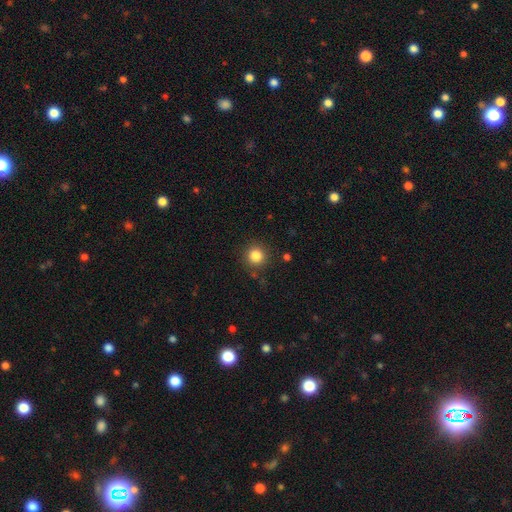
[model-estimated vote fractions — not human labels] This is clearly a smooth galaxy (84%). How rounded: clearly round (94%). Merging: clearly none (86%).